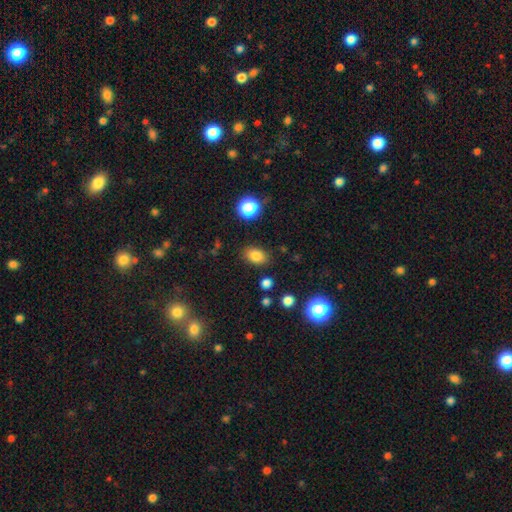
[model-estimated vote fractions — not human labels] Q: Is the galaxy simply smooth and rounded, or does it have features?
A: smooth — 83%.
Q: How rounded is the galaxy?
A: in between — 81%.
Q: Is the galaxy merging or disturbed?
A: none — 84%.